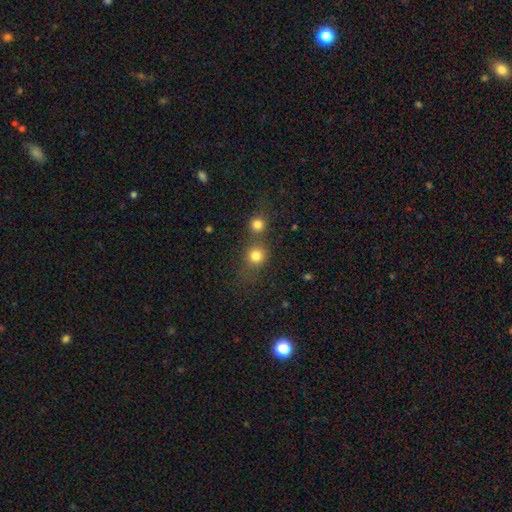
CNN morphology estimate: smooth 80%, star or artifact 13%, featured or disk 7%. Down the decision tree: how rounded — round (85%); merging — none (50%).